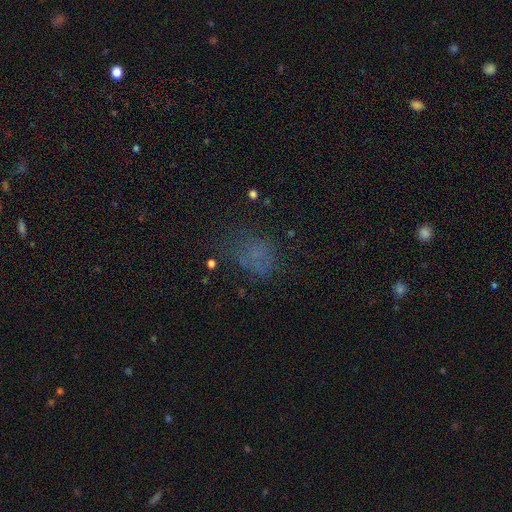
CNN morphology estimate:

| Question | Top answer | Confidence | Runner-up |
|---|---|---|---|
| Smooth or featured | smooth | 52% | star or artifact (28%) |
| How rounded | in between | 57% | round (41%) |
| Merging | none | 52% | major disturbance (23%) |